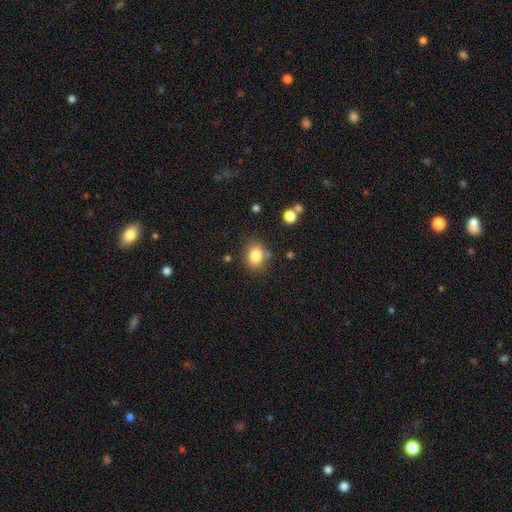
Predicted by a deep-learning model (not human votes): smooth_or_featured: smooth (p=0.82) [alt: star or artifact p=0.10]
how_rounded: in between (p=0.52) [alt: round p=0.47]
merging: none (p=0.80) [alt: minor disturbance p=0.12]